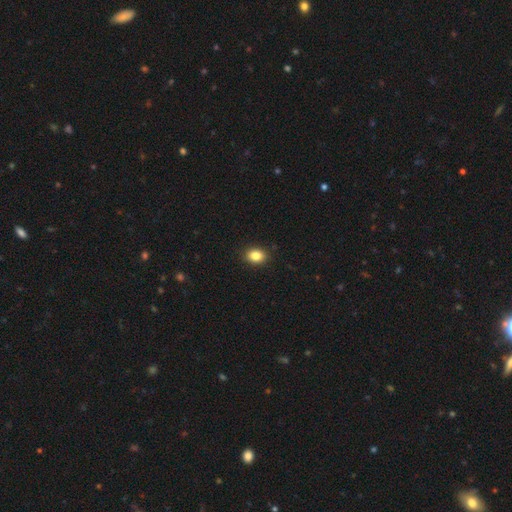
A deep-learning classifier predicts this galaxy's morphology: Q: Smooth or featured?
A: smooth (85%); runner-up: star or artifact (10%)
Q: How rounded?
A: in between (66%); runner-up: round (33%)
Q: Merging?
A: none (90%); runner-up: minor disturbance (7%)